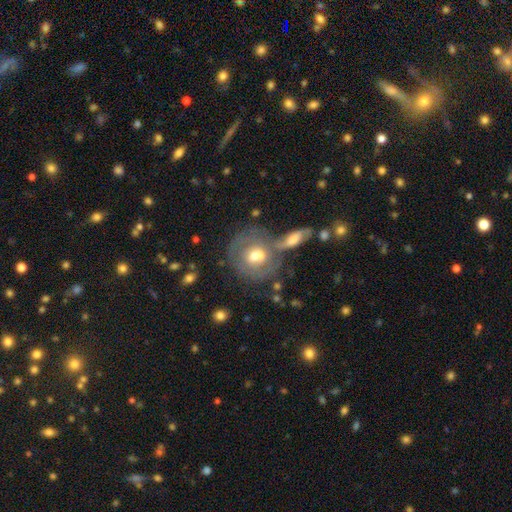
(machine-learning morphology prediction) Q: Smooth or featured?
A: featured or disk (48%); runner-up: smooth (44%)
Q: Merging?
A: none (44%); runner-up: merger (33%)